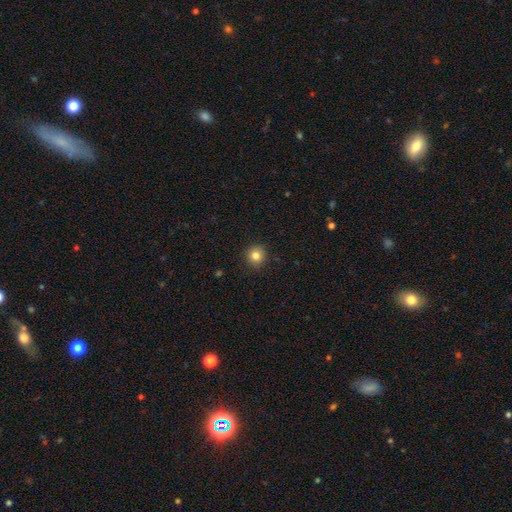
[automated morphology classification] A smooth galaxy with no disk features (83%) that is round (93%).

Vote fractions:
- Smooth or featured? smooth: 83% / star or artifact: 11% / featured or disk: 6%
- How rounded? round: 93% / in between: 6% / cigar-shaped: 1%
- Merging? none: 92% / minor disturbance: 5% / major disturbance: 2% / merger: 1%